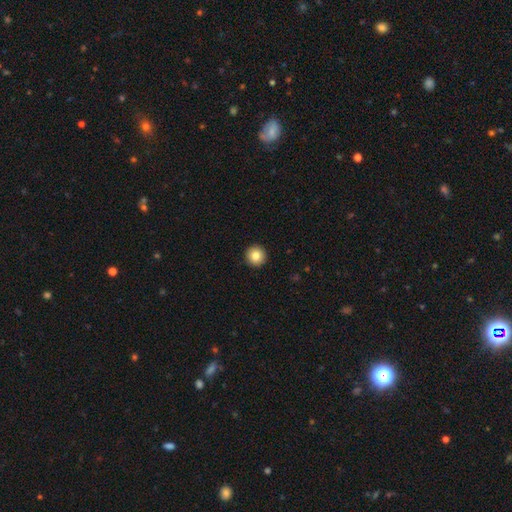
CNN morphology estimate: The model was most divided on "smooth or featured": smooth: 84%, star or artifact: 9%, featured or disk: 7%. More confident: how rounded — round (96%); merging — none (94%).